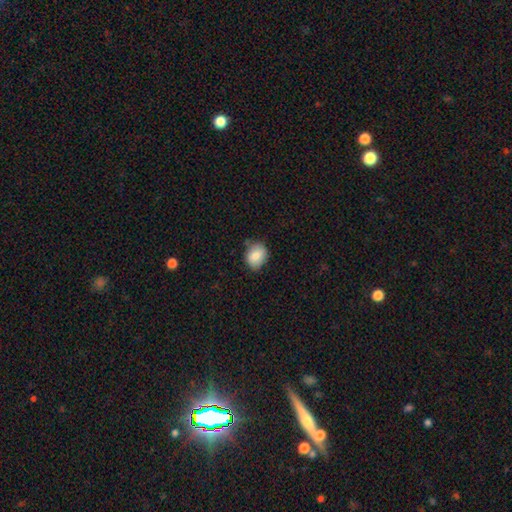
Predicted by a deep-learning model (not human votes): A smooth galaxy with no disk features (83%) that is in between round and cigar-shaped (51%).

Vote fractions:
- Smooth or featured? smooth: 83% / featured or disk: 9% / star or artifact: 8%
- How rounded? in between: 51% / round: 48% / cigar-shaped: 1%
- Merging? none: 73% / minor disturbance: 21% / major disturbance: 4% / merger: 2%